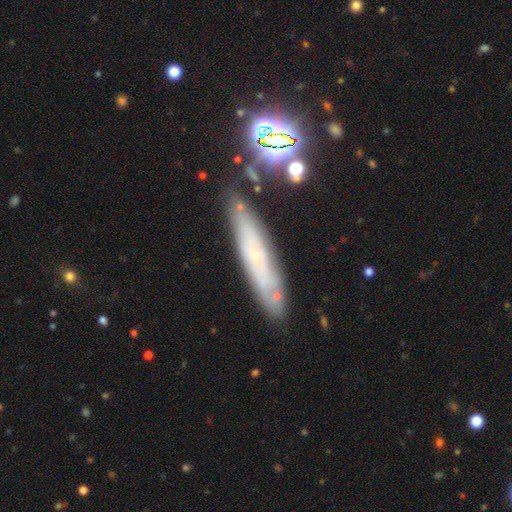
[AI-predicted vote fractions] The model was most divided on "edge-on disk": yes: 51%, no: 49%. More confident: merging — none (80%); smooth or featured — featured or disk (57%).